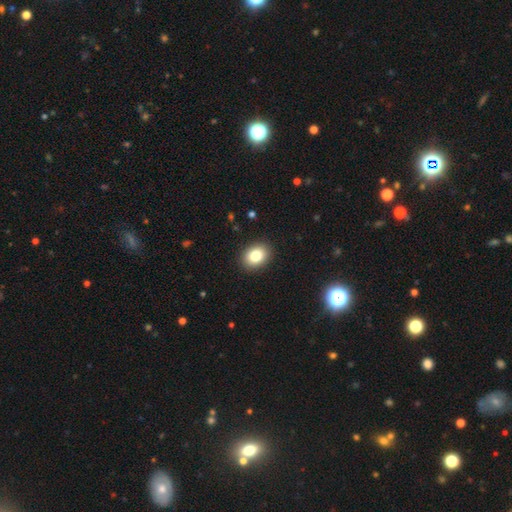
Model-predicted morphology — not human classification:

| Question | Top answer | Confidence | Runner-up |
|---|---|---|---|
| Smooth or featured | smooth | 82% | star or artifact (10%) |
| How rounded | in between | 59% | round (40%) |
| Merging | none | 90% | minor disturbance (7%) |